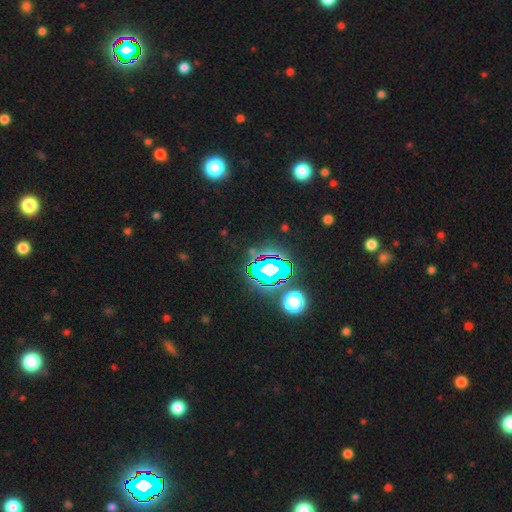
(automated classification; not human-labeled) smooth_or_featured: star or artifact (p=0.82) [alt: smooth p=0.11]